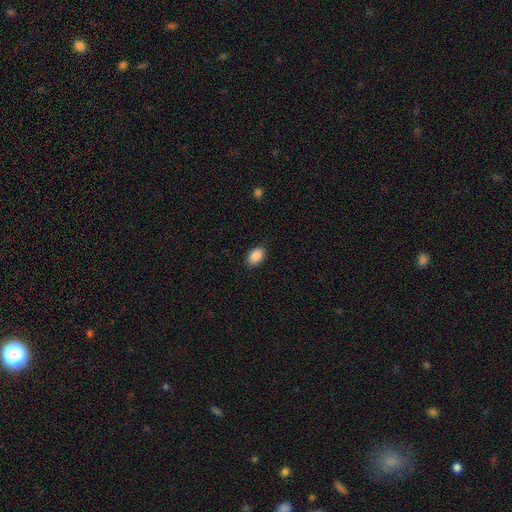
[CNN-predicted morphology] smooth_or_featured: smooth (p=0.90) [alt: star or artifact p=0.07]
how_rounded: in between (p=0.90) [alt: round p=0.09]
merging: none (p=0.89) [alt: minor disturbance p=0.08]